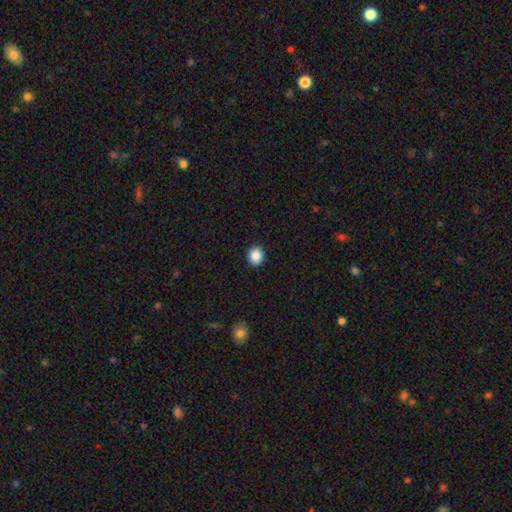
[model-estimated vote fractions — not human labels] smooth_or_featured: smooth (p=0.88) [alt: star or artifact p=0.09]
how_rounded: round (p=0.76) [alt: in between p=0.23]
merging: none (p=0.92) [alt: minor disturbance p=0.05]